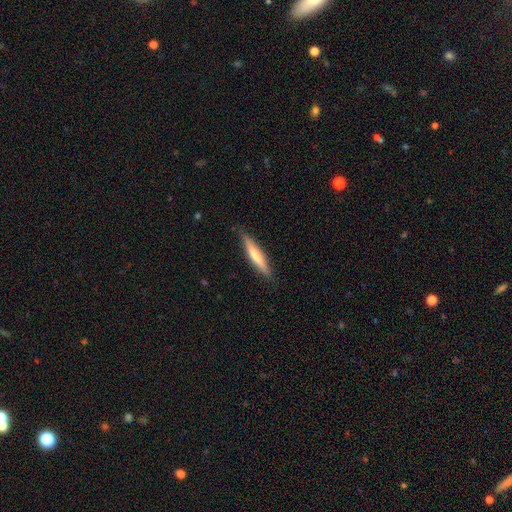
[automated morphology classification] Q: Smooth or featured?
A: smooth (60%); runner-up: featured or disk (35%)
Q: How rounded?
A: cigar-shaped (91%); runner-up: in between (8%)
Q: Merging?
A: none (88%); runner-up: minor disturbance (10%)